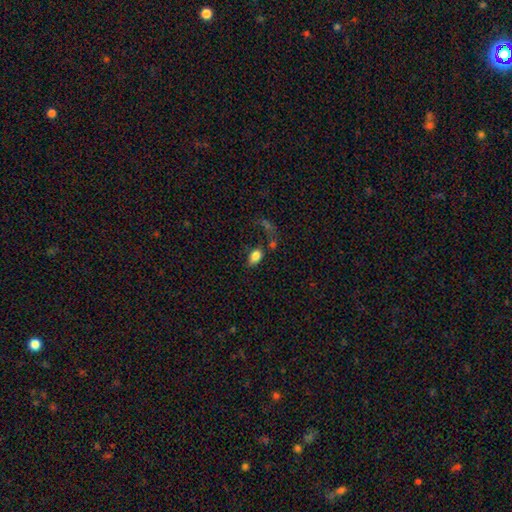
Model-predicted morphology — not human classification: Smooth or featured: smooth — 81% (featured or disk — 9%)
How rounded: in between — 88% (round — 9%)
Merging: none — 50% (minor disturbance — 18%)